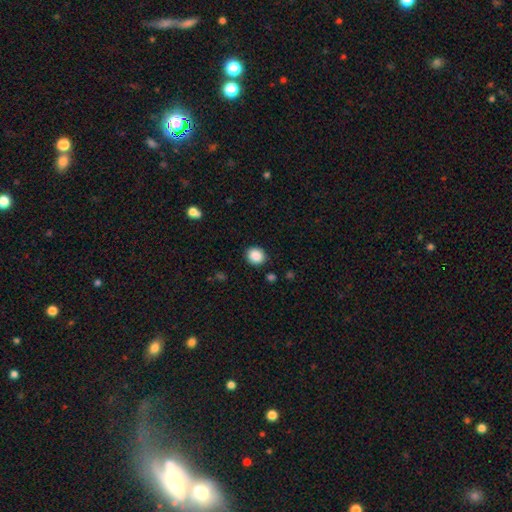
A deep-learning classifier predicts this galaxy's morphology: type=smooth (88%); roundness=round (77%); merging=none (88%).